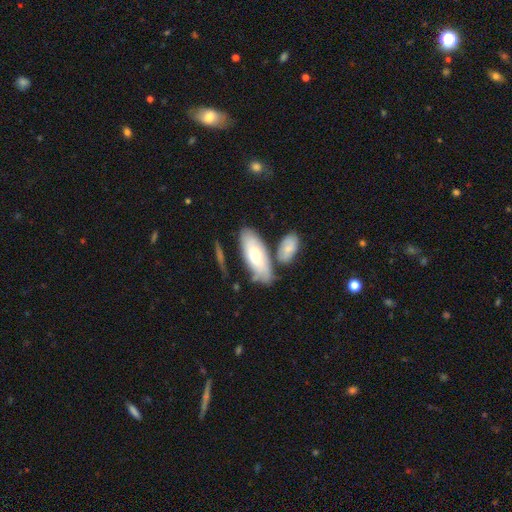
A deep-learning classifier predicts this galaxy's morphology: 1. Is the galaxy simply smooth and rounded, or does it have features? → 59% smooth, 35% featured or disk, 5% star or artifact.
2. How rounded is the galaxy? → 79% in between, 18% cigar-shaped, 2% round.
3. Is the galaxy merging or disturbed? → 60% none, 19% minor disturbance, 16% merger, 6% major disturbance.